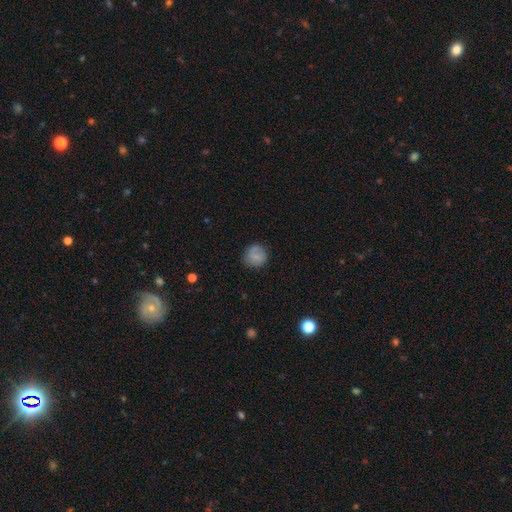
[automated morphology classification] smooth-or-featured: smooth: 70% | featured or disk: 21% | star or artifact: 9%
  how-rounded: round: 87% | in between: 12% | cigar-shaped: 1%
  merging: none: 79% | minor disturbance: 15% | major disturbance: 4% | merger: 1%